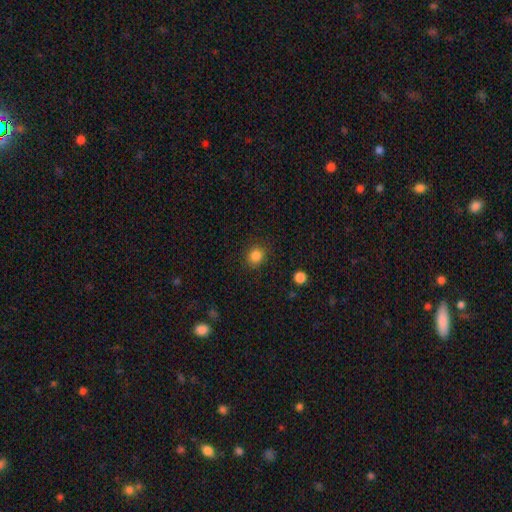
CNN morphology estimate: Smooth or featured?
  - smooth: 85% *
  - star or artifact: 11%
  - featured or disk: 4%
How rounded?
  - round: 77% *
  - in between: 22%
  - cigar-shaped: 1%
Merging?
  - none: 87% *
  - minor disturbance: 9%
  - major disturbance: 3%
  - merger: 1%